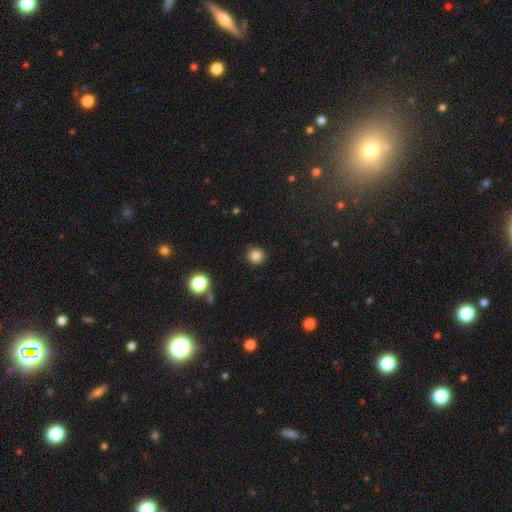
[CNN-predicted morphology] This is clearly a smooth galaxy (84%). How rounded: clearly round (90%). Merging: clearly none (90%).